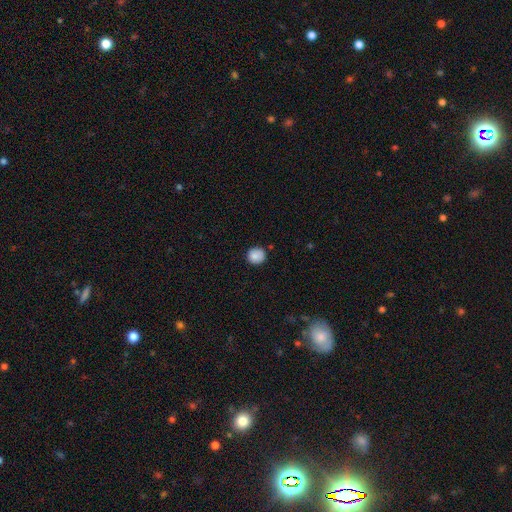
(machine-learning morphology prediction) smooth_or_featured: smooth (p=0.87) [alt: star or artifact p=0.09]
how_rounded: round (p=0.91) [alt: in between p=0.08]
merging: none (p=0.85) [alt: minor disturbance p=0.11]